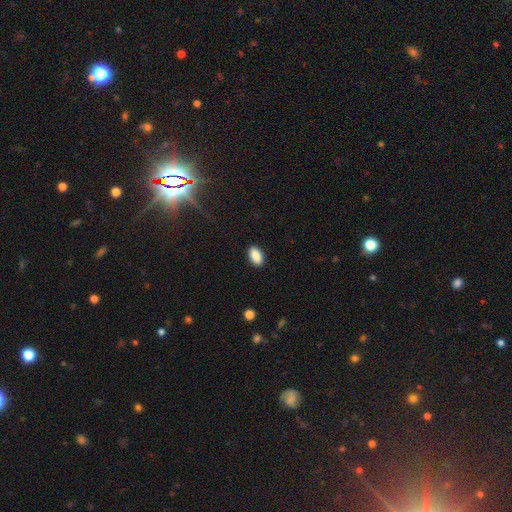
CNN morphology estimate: A smooth galaxy with no disk features (88%) that is in between round and cigar-shaped (91%). Merging: none (89%).